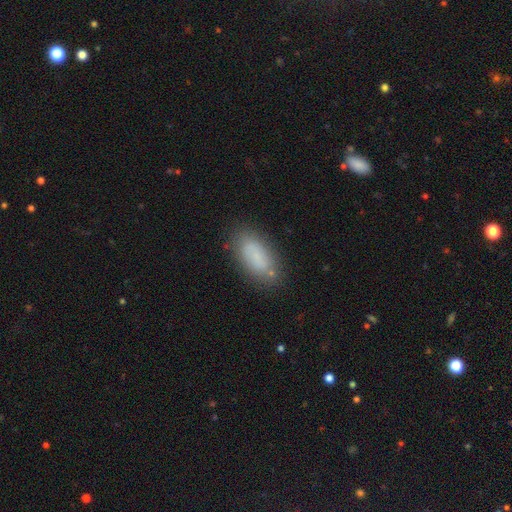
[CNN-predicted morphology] A smooth galaxy with no disk features (79%) that is in between round and cigar-shaped (87%). Merging: none (77%).